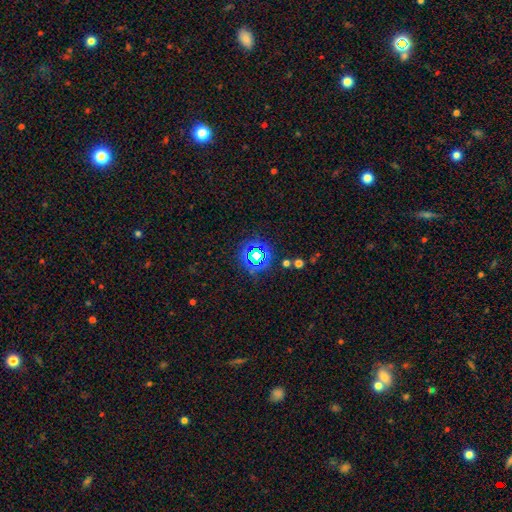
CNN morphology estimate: Smooth or featured: star or artifact — 69% (smooth — 21%)